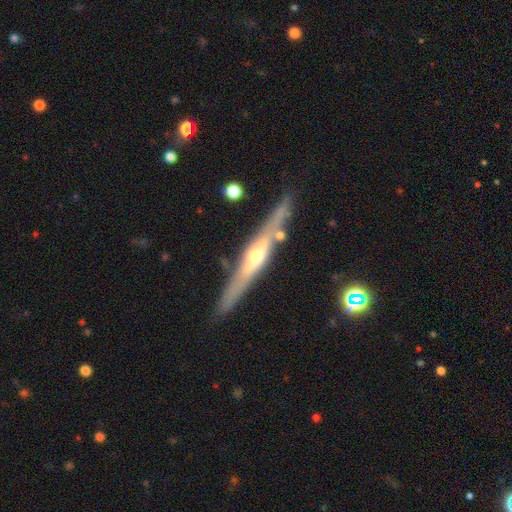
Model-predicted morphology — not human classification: This appears to be a featured or disk galaxy (74%) viewed edge-on (95%) with a rounded central bulge (84%). Merging: none (83%).